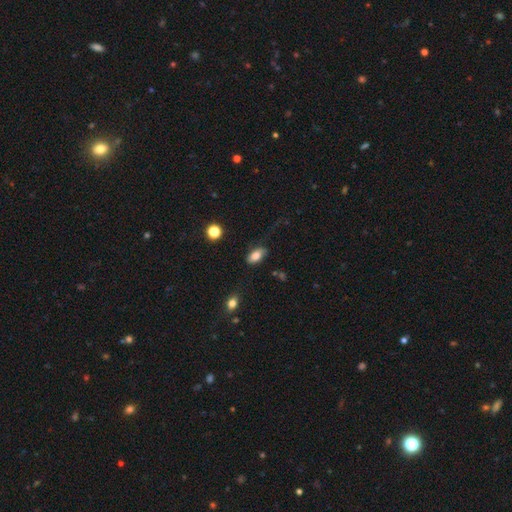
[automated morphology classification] Smooth or featured? Predicted: smooth (p=0.78). How rounded? Predicted: in between (p=0.90). Merging? Predicted: none (p=0.73).